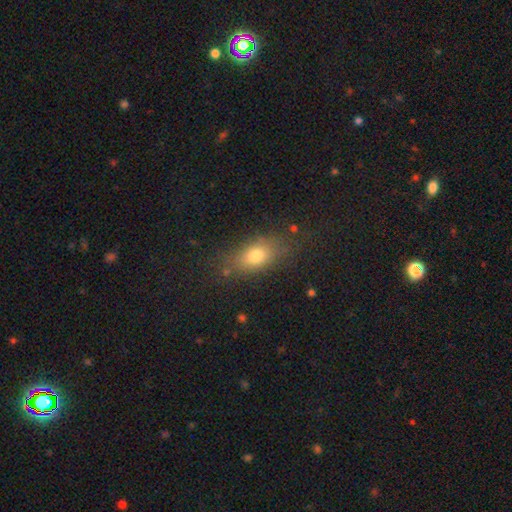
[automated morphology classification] Smooth or featured? Predicted: smooth (p=0.76). How rounded? Predicted: in between (p=0.79). Merging? Predicted: none (p=0.74).